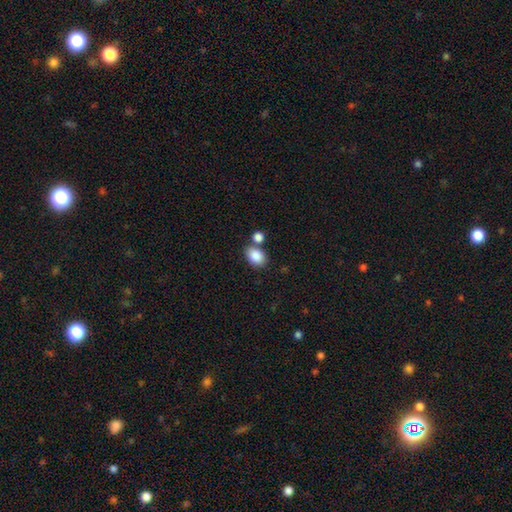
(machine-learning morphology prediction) Smooth or featured? Predicted: smooth (p=0.87). How rounded? Predicted: in between (p=0.78). Merging? Predicted: none (p=0.64).